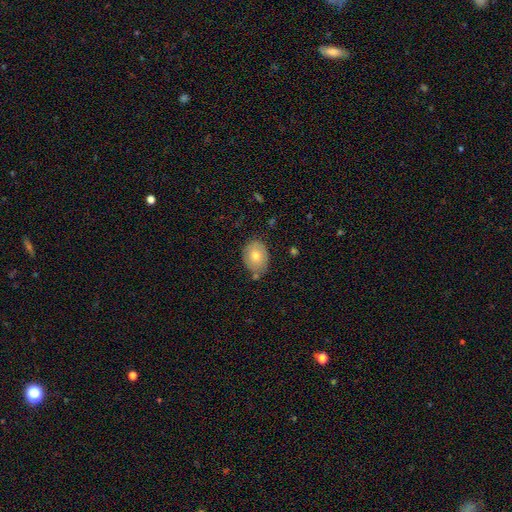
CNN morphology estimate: type=smooth (67%); roundness=in between (61%); merging=none (72%).